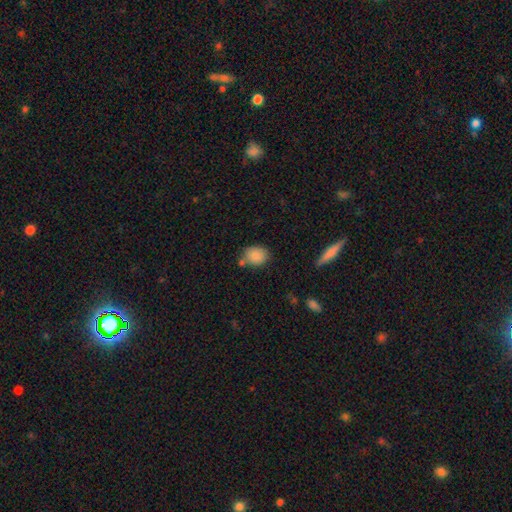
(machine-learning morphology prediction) Smooth or featured? smooth (87%)
How rounded? in between (53%)
Merging? none (68%)